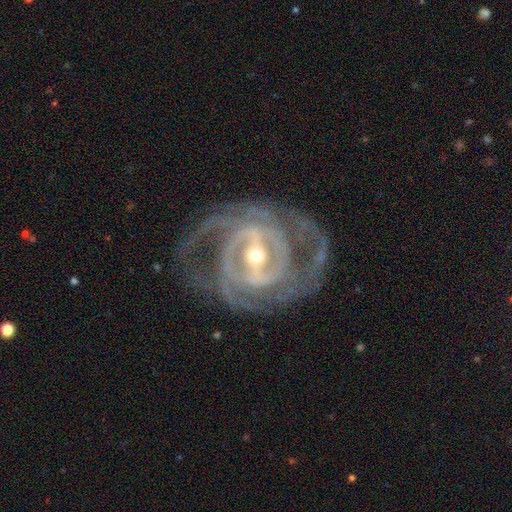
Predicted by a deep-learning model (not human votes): smooth-or-featured: featured or disk: 92% | star or artifact: 5% | smooth: 3%
  disk-edge-on: no: 97% | yes: 3%
    bar: strong: 60% | weak: 30% | no: 10%
    has-spiral-arms: yes: 97% | no: 3%
      spiral-winding: tight: 60% | medium: 34% | loose: 6%
      spiral-arm-count: 3: 31% | 2: 30% | 4: 14% | can't tell: 14% | more than 4: 6% | 1: 5%
    bulge-size: moderate: 51% | small: 45% | large: 3% | none: 1% | dominant: 1%
  merging: none: 72% | minor disturbance: 16% | major disturbance: 11% | merger: 1%